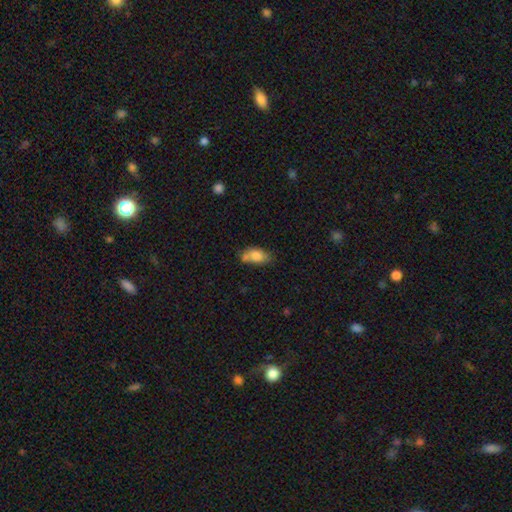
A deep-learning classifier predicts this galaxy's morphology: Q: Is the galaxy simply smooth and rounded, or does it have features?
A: smooth — 78%.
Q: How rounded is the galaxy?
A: in between — 87%.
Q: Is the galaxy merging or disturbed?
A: none — 47%.